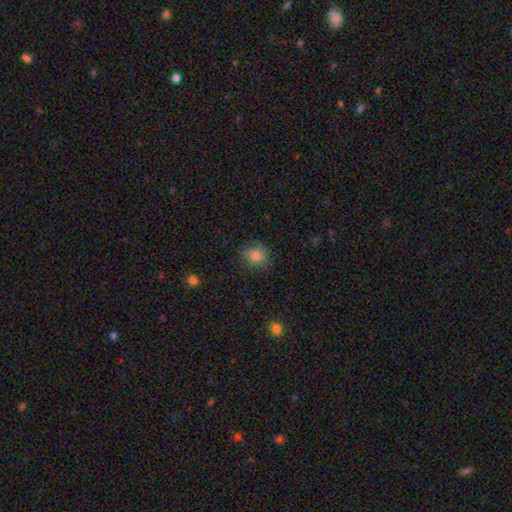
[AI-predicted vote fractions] This appears to be a smooth galaxy with no disk features (76%) that is round (74%). Merging: none (73%).